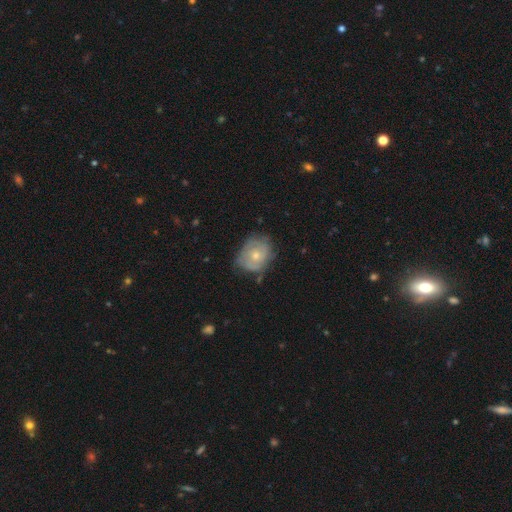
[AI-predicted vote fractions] A featured or disk galaxy (51%).

Vote fractions:
- Smooth or featured? featured or disk: 51% / smooth: 42% / star or artifact: 7%
- Edge-on disk? no: 97% / yes: 3%
- Merging? none: 57% / minor disturbance: 31% / major disturbance: 10% / merger: 2%